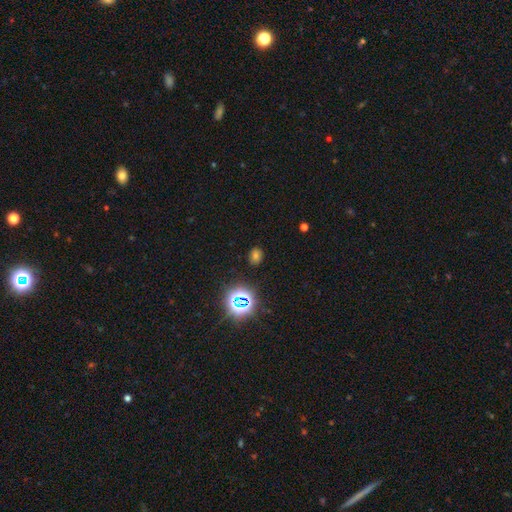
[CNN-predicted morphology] smooth-or-featured: smooth: 56% | star or artifact: 36% | featured or disk: 8%
  how-rounded: round: 53% | in between: 46% | cigar-shaped: 1%
  merging: none: 85% | minor disturbance: 10% | major disturbance: 3% | merger: 2%